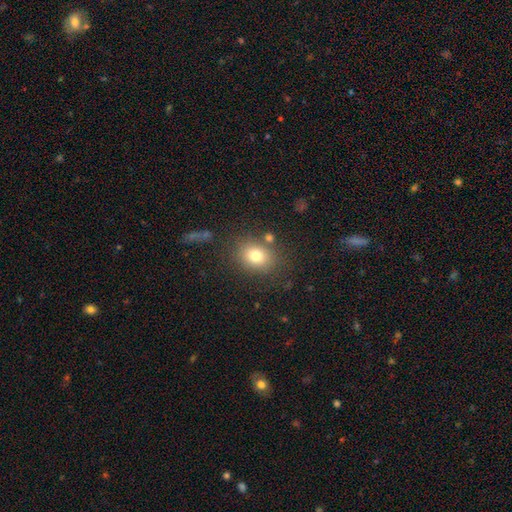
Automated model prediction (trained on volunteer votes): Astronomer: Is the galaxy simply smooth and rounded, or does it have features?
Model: smooth — 76%.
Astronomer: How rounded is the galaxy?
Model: round — 56% (runner-up: in between, 43%).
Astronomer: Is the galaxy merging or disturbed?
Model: none — 77%.